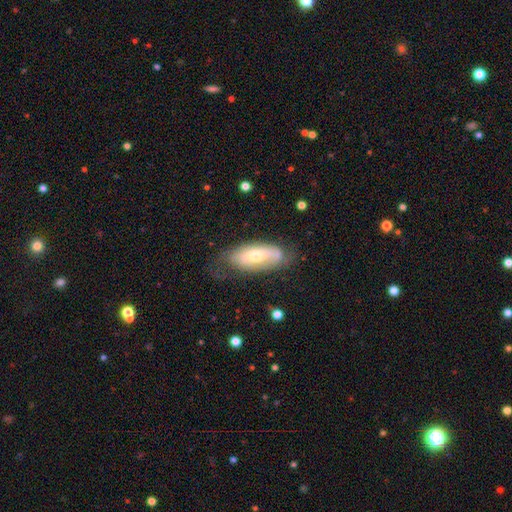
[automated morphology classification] A featured or disk galaxy (54%).

Vote fractions:
- Smooth or featured? featured or disk: 54% / smooth: 40% / star or artifact: 7%
- Edge-on disk? no: 83% / yes: 17%
- Merging? none: 56% / minor disturbance: 29% / major disturbance: 14% / merger: 2%